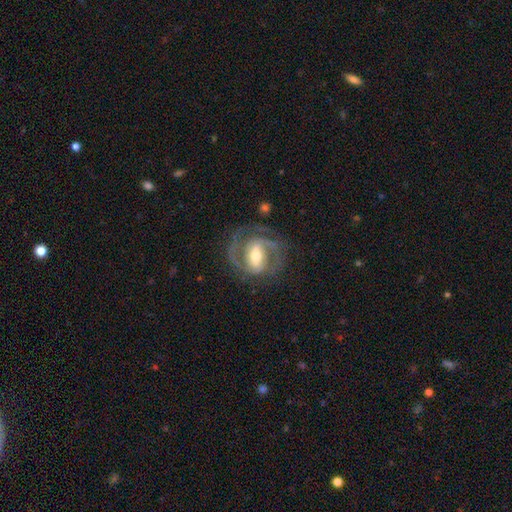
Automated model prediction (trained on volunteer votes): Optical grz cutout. It shows a featured or disk galaxy (88%) with a strong bar (45%), 2 (78%) medium (51%) spiral arms (95%) and a moderate central bulge (62%). Merging: none (71%).